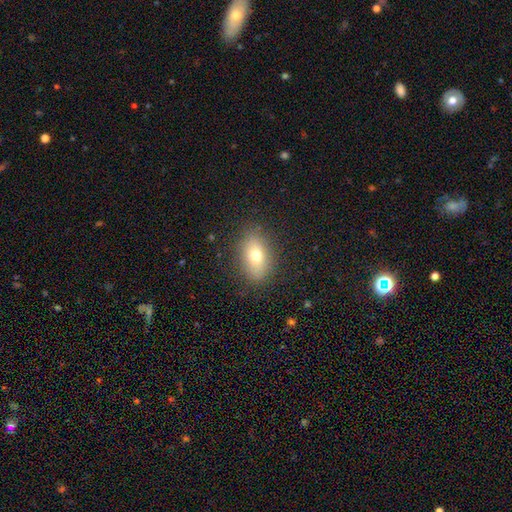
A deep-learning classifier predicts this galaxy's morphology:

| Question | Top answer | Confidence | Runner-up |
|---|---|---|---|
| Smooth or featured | smooth | 70% | featured or disk (19%) |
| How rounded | in between | 82% | round (14%) |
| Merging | none | 85% | minor disturbance (10%) |